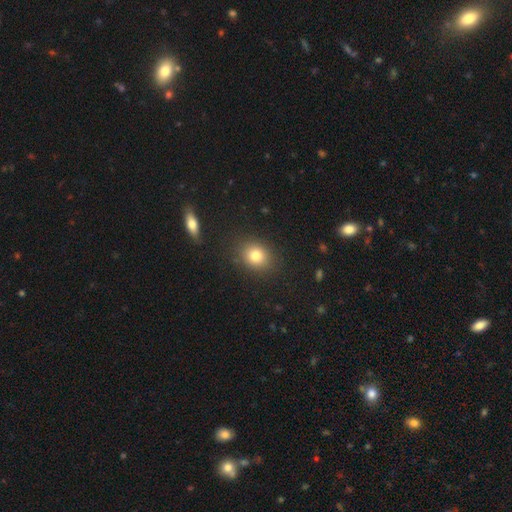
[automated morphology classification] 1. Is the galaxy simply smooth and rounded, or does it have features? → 80% smooth, 12% star or artifact, 8% featured or disk.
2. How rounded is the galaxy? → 64% round, 35% in between, 1% cigar-shaped.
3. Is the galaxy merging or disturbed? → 87% none, 9% minor disturbance, 3% major disturbance, 2% merger.